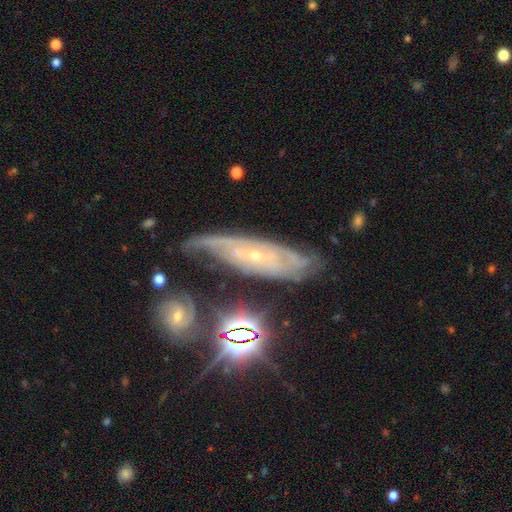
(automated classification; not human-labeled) The model was most divided on "spiral arm count": can't tell: 47%, 2: 23%, 3: 12%, 4: 7%, 1: 5%, more than 4: 5%. More confident: spiral arms — yes (93%); edge-on disk — no (82%); bulge size — small (80%); smooth or featured — featured or disk (79%); bar — no (69%); spiral winding — tight (63%); merging — none (63%).